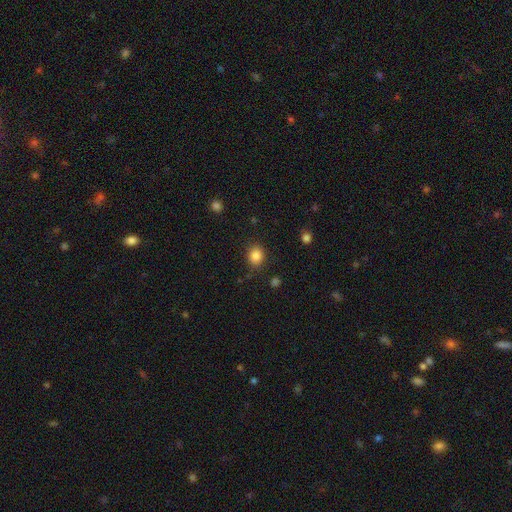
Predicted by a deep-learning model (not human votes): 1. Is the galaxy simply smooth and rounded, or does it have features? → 85% smooth, 11% star or artifact, 5% featured or disk.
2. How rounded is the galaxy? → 71% round, 29% in between, 1% cigar-shaped.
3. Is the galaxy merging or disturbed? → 85% none, 10% minor disturbance, 3% major disturbance, 2% merger.